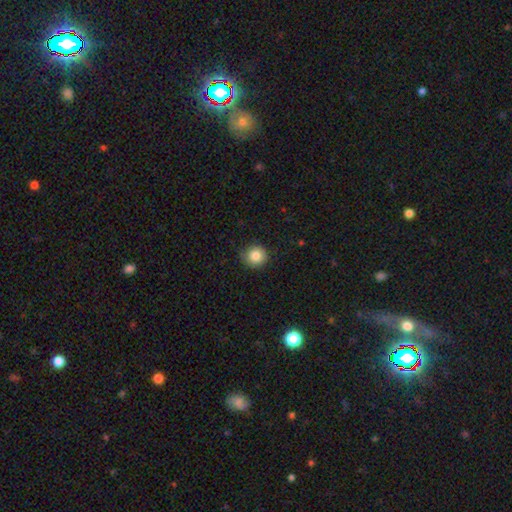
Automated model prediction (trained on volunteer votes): Smooth or featured? Predicted: smooth (p=0.85). How rounded? Predicted: round (p=0.94). Merging? Predicted: none (p=0.82).